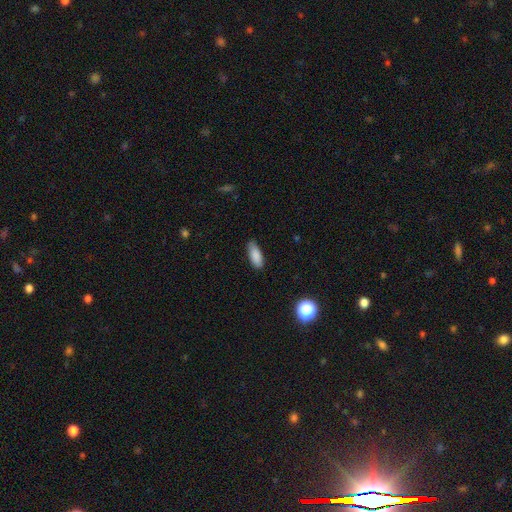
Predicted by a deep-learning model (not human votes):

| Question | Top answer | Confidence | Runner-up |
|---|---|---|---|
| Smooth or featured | smooth | 87% | star or artifact (7%) |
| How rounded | in between | 79% | cigar-shaped (20%) |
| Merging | none | 82% | minor disturbance (14%) |